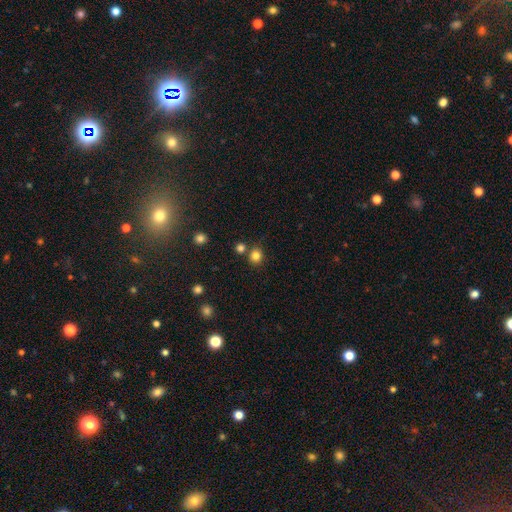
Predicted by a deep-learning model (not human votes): smooth 82%, star or artifact 13%, featured or disk 5%. Down the decision tree: how rounded — round (87%); merging — none (77%).